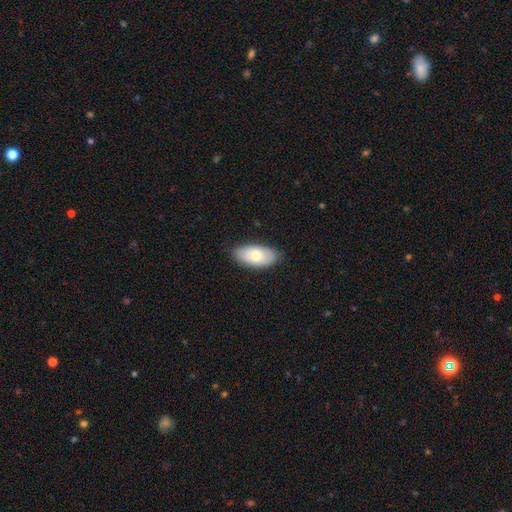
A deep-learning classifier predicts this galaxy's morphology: smooth-or-featured: smooth: 71% | featured or disk: 23% | star or artifact: 6%
  how-rounded: in between: 93% | cigar-shaped: 4% | round: 3%
  merging: none: 83% | minor disturbance: 13% | major disturbance: 2% | merger: 1%